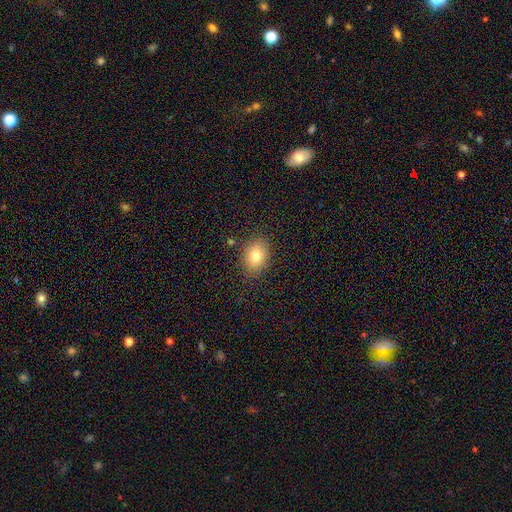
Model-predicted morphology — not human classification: smooth 78%, star or artifact 11%, featured or disk 11%. Down the decision tree: how rounded — in between (60%); merging — none (85%).